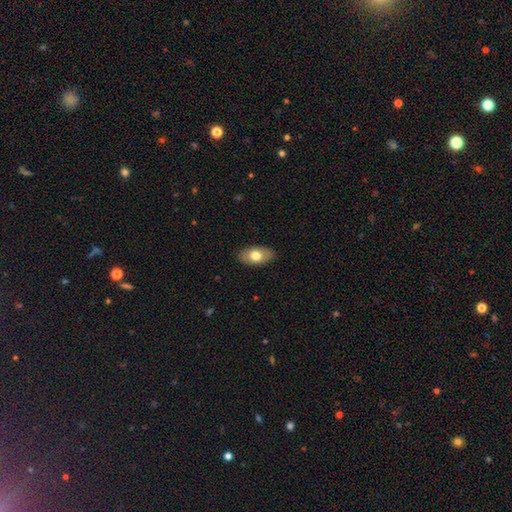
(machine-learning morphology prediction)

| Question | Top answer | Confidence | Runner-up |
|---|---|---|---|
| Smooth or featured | smooth | 73% | featured or disk (21%) |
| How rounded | in between | 92% | round (5%) |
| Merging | none | 88% | minor disturbance (9%) |